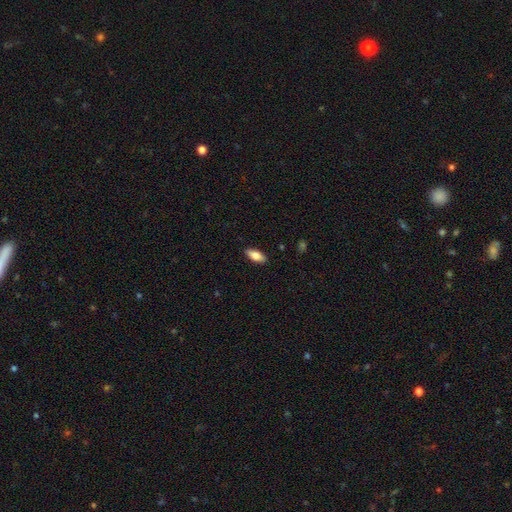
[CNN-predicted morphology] A smooth galaxy with no disk features (79%) that is in between round and cigar-shaped (82%). Merging: none (89%).